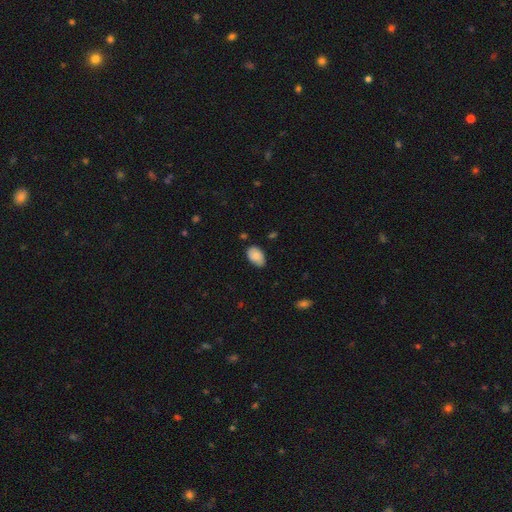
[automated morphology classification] type=smooth (83%); roundness=in between (90%); merging=none (74%).